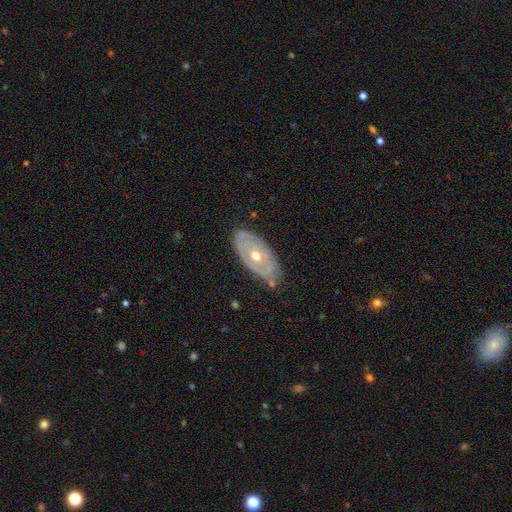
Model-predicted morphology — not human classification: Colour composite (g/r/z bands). It shows a featured or disk galaxy (67%) with no bar (88%), no spiral arms (75%) and a moderate central bulge (72%). Merging: none (76%).